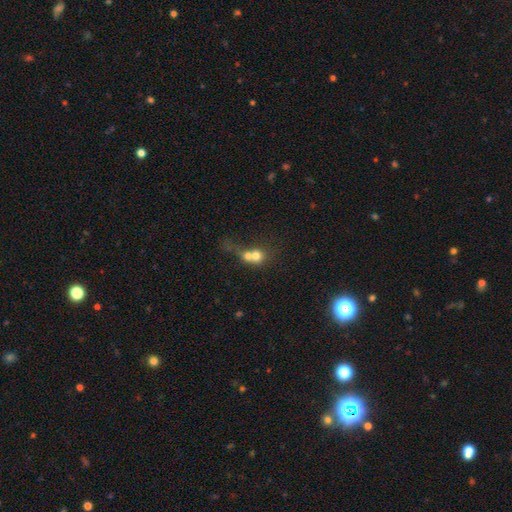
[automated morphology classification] Smooth or featured: smooth — 66% (featured or disk — 22%)
How rounded: round — 75% (in between — 22%)
Merging: merger — 70% (none — 19%)